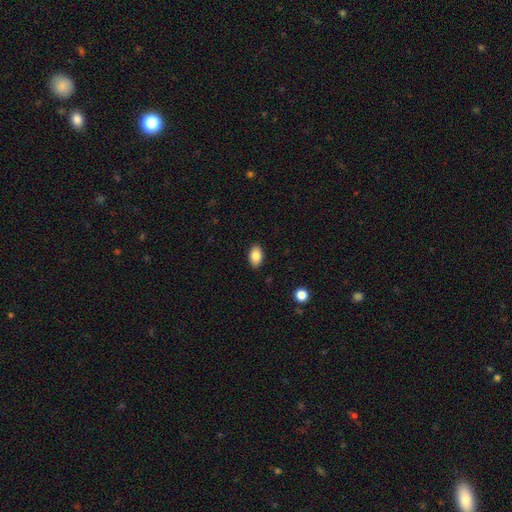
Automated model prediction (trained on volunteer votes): Q: Smooth or featured?
A: smooth (85%); runner-up: star or artifact (8%)
Q: How rounded?
A: in between (91%); runner-up: round (7%)
Q: Merging?
A: none (89%); runner-up: minor disturbance (8%)